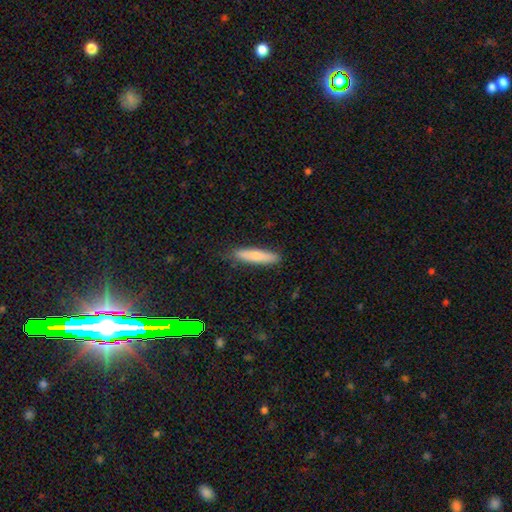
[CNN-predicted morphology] smooth-or-featured: smooth: 79% | featured or disk: 15% | star or artifact: 6%
  how-rounded: cigar-shaped: 84% | in between: 15% | round: 1%
  merging: none: 85% | minor disturbance: 12% | major disturbance: 2% | merger: 1%